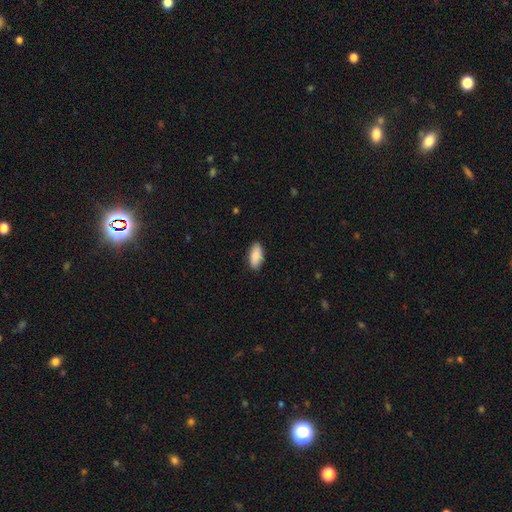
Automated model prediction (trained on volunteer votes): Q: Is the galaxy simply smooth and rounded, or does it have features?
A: smooth — 88%.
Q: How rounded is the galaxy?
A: in between — 90%.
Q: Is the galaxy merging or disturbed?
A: none — 88%.